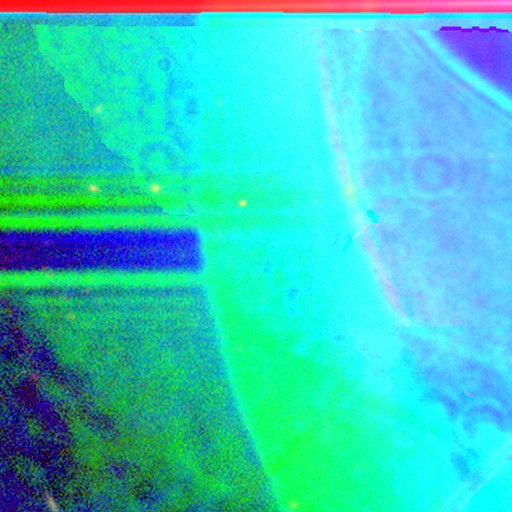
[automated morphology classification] type=star or artifact (86%).